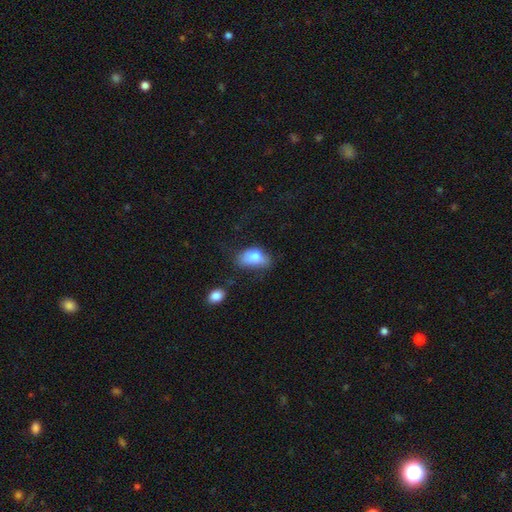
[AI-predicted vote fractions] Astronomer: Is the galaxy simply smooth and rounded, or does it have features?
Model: smooth — 78%.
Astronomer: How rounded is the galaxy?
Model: in between — 88%.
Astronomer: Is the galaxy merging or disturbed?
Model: minor disturbance — 36% (runner-up: none, 35%).